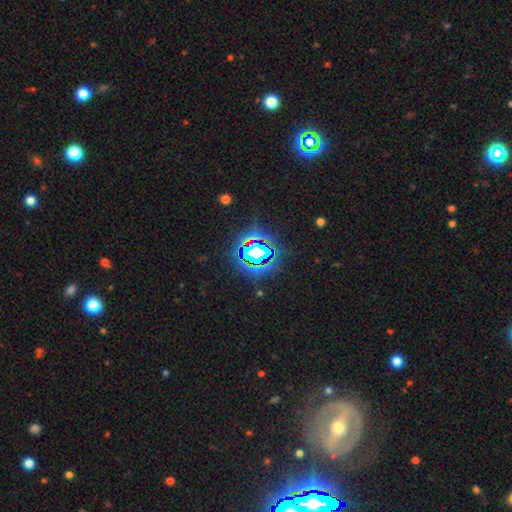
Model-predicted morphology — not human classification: Smooth or featured?
  - star or artifact: 76% *
  - smooth: 13%
  - featured or disk: 10%